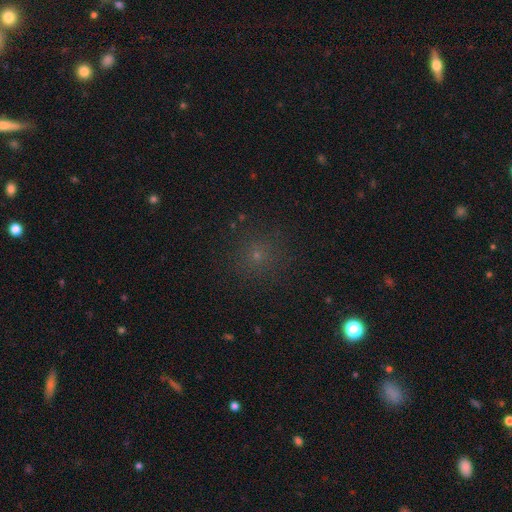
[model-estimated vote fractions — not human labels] A smooth galaxy with no disk features (59%) that is round (93%). Merging: none (88%).